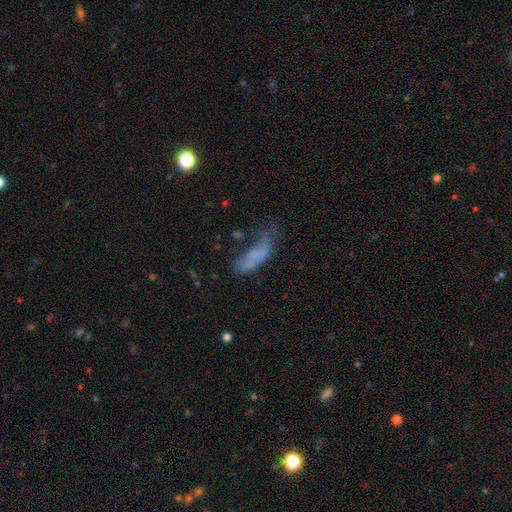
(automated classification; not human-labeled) Smooth or featured? Predicted: smooth (p=0.60). How rounded? Predicted: in between (p=0.63). Merging? Predicted: major disturbance (p=0.38).